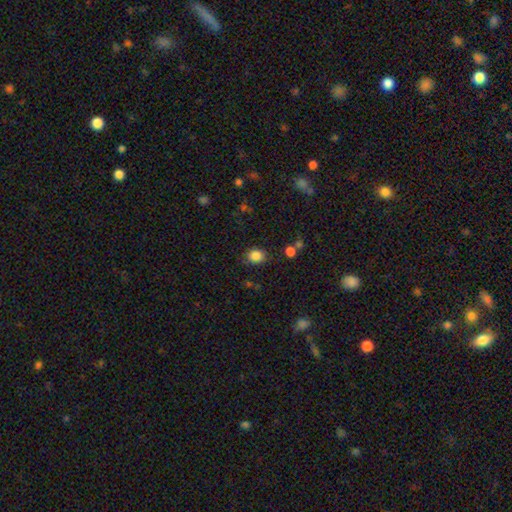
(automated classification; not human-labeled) Smooth or featured: smooth — 86% (star or artifact — 11%)
How rounded: round — 61% (in between — 38%)
Merging: none — 80% (minor disturbance — 13%)